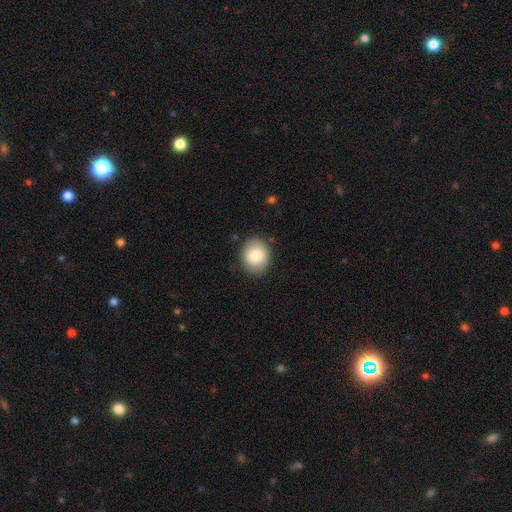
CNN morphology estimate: smooth 83%, featured or disk 9%, star or artifact 8%. Down the decision tree: how rounded — round (65%); merging — none (85%).